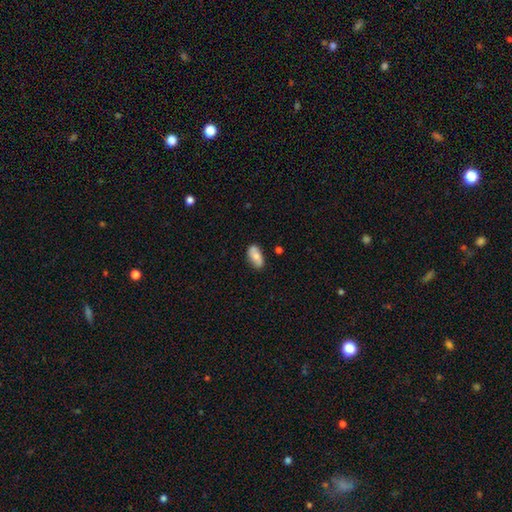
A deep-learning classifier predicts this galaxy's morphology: Overall: smooth (68%). How rounded: in between (92%). Merging: none (81%).